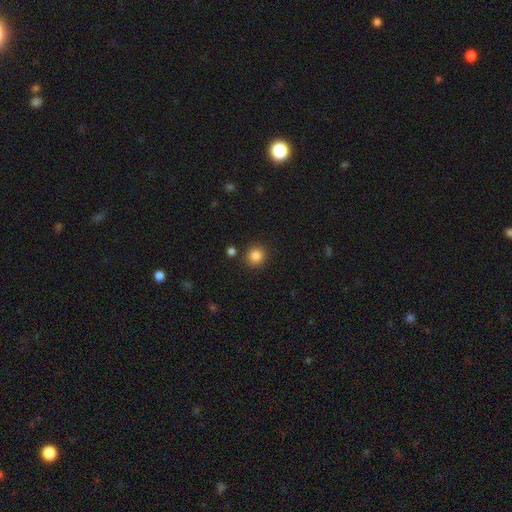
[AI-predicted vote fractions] smooth_or_featured: smooth (p=0.85) [alt: star or artifact p=0.11]
how_rounded: round (p=0.92) [alt: in between p=0.07]
merging: none (p=0.88) [alt: minor disturbance p=0.07]